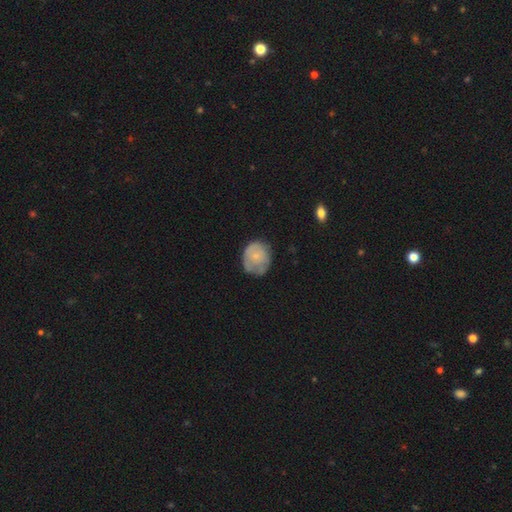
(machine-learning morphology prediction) This is likely a smooth galaxy (62%). How rounded: likely round (69%). Merging: possibly none (58%).